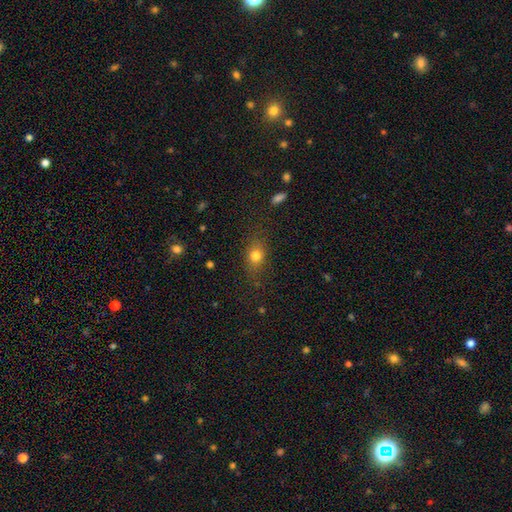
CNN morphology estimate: smooth 76%, star or artifact 13%, featured or disk 11%. Down the decision tree: how rounded — in between (55%); merging — none (77%).